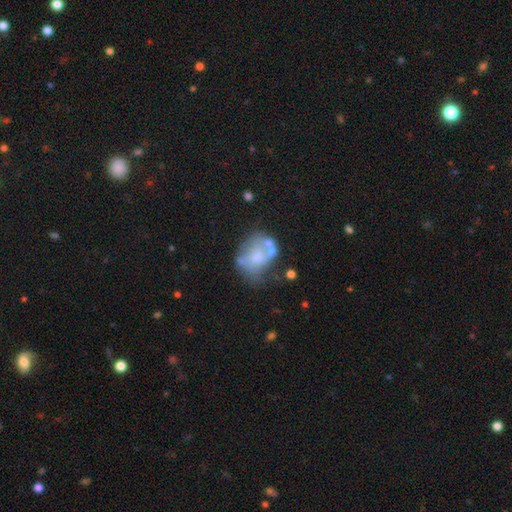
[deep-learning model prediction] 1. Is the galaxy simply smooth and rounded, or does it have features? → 54% featured or disk, 36% smooth, 10% star or artifact.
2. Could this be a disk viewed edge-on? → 97% no, 3% yes.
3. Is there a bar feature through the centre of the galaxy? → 84% no, 13% weak, 3% strong.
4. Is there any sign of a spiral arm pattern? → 77% no, 23% yes.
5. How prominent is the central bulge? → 38% none, 29% moderate, 24% small, 7% large, 2% dominant.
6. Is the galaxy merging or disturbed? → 34% none, 22% minor disturbance, 22% merger, 22% major disturbance.